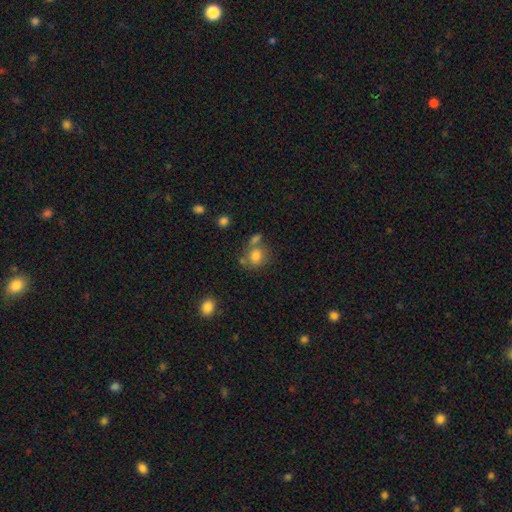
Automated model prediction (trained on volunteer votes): Smooth or featured? smooth (79%)
How rounded? round (75%)
Merging? none (55%)